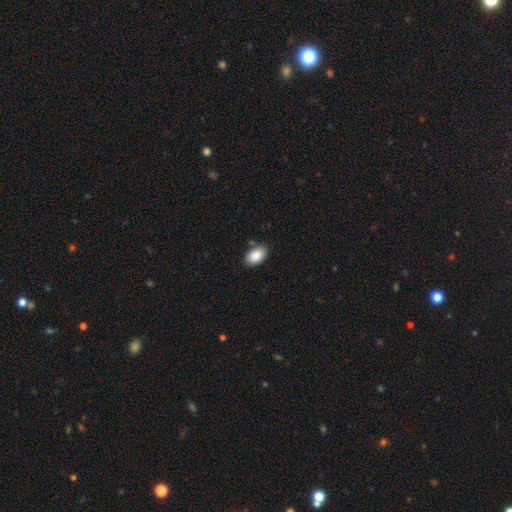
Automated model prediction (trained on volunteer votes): The model was most divided on "merging": none: 83%, minor disturbance: 12%, merger: 3%, major disturbance: 2%. More confident: how rounded — in between (90%); smooth or featured — smooth (87%).